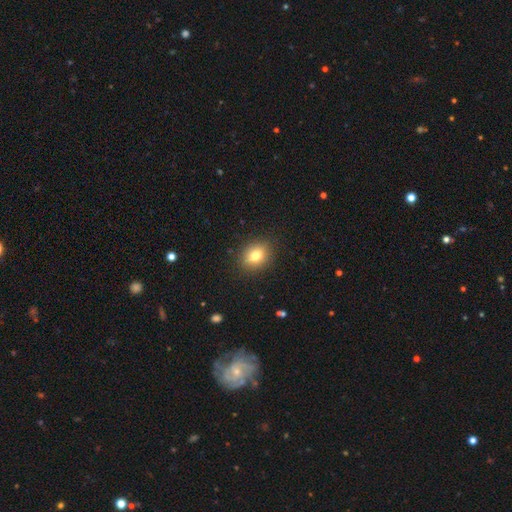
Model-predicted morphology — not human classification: smooth-or-featured: smooth: 78% | featured or disk: 11% | star or artifact: 11%
  how-rounded: in between: 52% | round: 47% | cigar-shaped: 1%
  merging: none: 88% | minor disturbance: 8% | major disturbance: 2% | merger: 1%